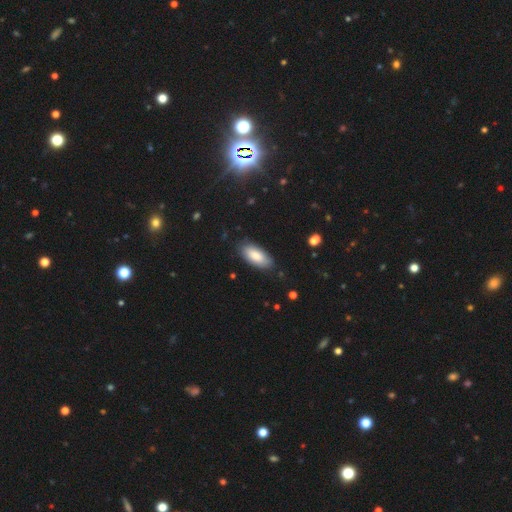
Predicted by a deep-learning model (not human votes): This appears to be a smooth galaxy with no disk features (84%) that is in between round and cigar-shaped (87%). Merging: none (84%).